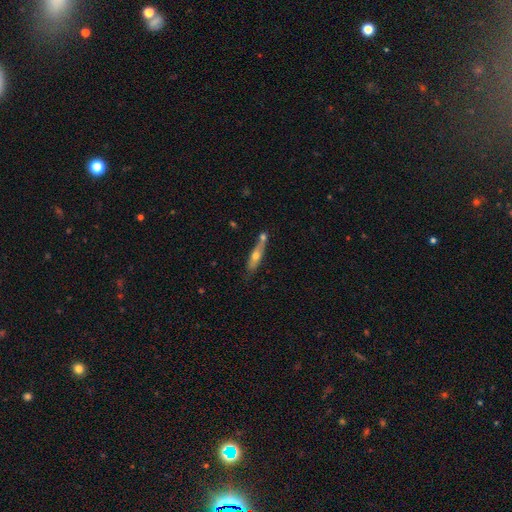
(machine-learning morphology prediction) A smooth galaxy with no disk features (53%) that is cigar-shaped (74%).

Vote fractions:
- Smooth or featured? smooth: 53% / featured or disk: 41% / star or artifact: 6%
- How rounded? cigar-shaped: 74% / in between: 24% / round: 3%
- Merging? none: 51% / merger: 26% / minor disturbance: 18% / major disturbance: 5%